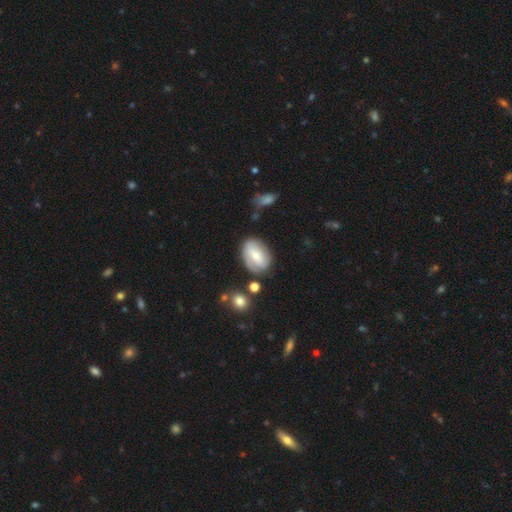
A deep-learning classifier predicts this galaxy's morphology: A featured or disk galaxy (66%) with no bar (47%), 2 (47%) tight (57%) spiral arms (84%) and a small central bulge (49%).

Vote fractions:
- Smooth or featured? featured or disk: 66% / smooth: 28% / star or artifact: 6%
- Edge-on disk? no: 96% / yes: 4%
- Bar? no: 47% / weak: 40% / strong: 14%
- Spiral arms? yes: 84% / no: 16%
- Spiral winding? tight: 57% / medium: 30% / loose: 13%
- Spiral arm count? 2: 47% / can't tell: 30% / 3: 12% / 1: 7% / 4: 3% / more than 4: 2%
- Bulge size? small: 49% / moderate: 47% / large: 2% / none: 1% / dominant: 1%
- Merging? none: 70% / minor disturbance: 19% / major disturbance: 6% / merger: 4%